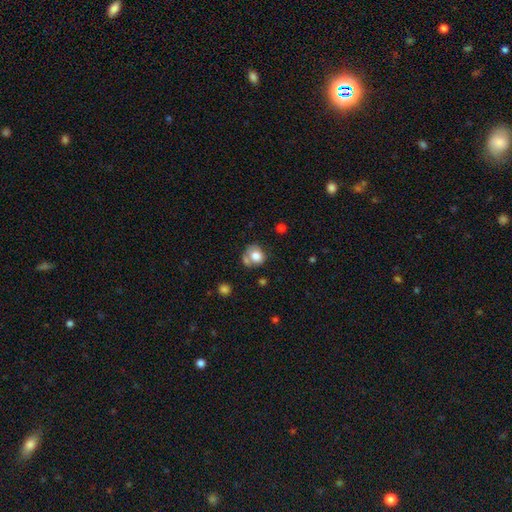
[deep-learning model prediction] Smooth or featured: smooth — 77% (featured or disk — 13%)
How rounded: round — 70% (in between — 29%)
Merging: none — 46% (merger — 26%)